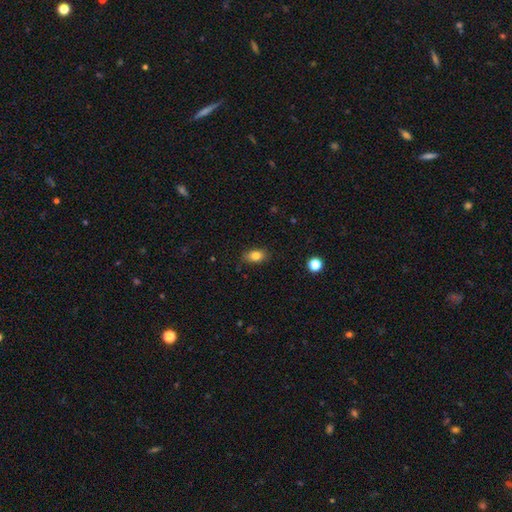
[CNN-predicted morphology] Smooth or featured? smooth (81%)
How rounded? in between (82%)
Merging? none (84%)